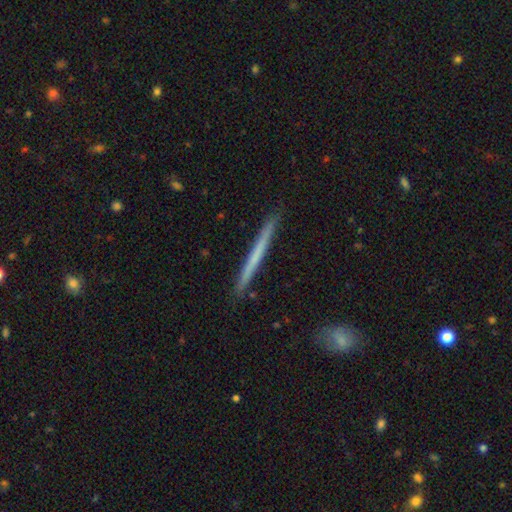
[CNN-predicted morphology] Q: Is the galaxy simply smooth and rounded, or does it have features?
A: smooth — 51%.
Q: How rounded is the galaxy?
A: cigar-shaped — 97%.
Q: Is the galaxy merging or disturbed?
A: none — 91%.